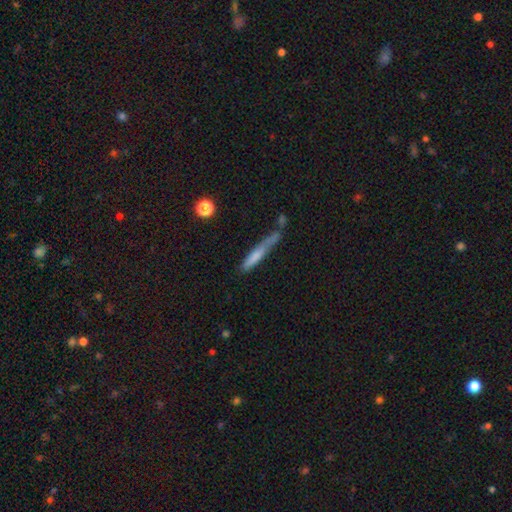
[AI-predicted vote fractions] Q: Smooth or featured?
A: smooth (64%); runner-up: featured or disk (28%)
Q: How rounded?
A: cigar-shaped (92%); runner-up: in between (6%)
Q: Merging?
A: none (45%); runner-up: minor disturbance (25%)